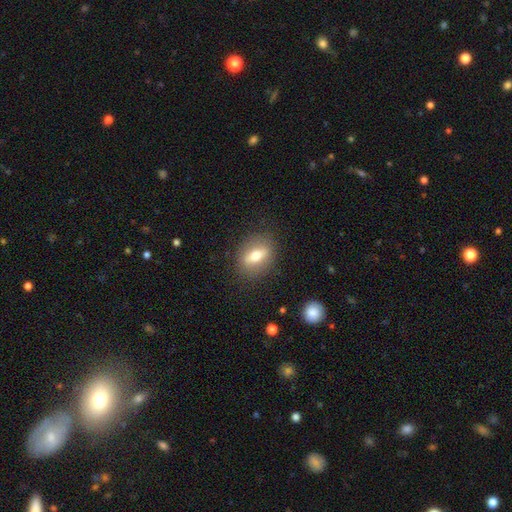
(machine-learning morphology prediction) Smooth or featured? Predicted: smooth (p=0.54). How rounded? Predicted: in between (p=0.62). Merging? Predicted: none (p=0.84).